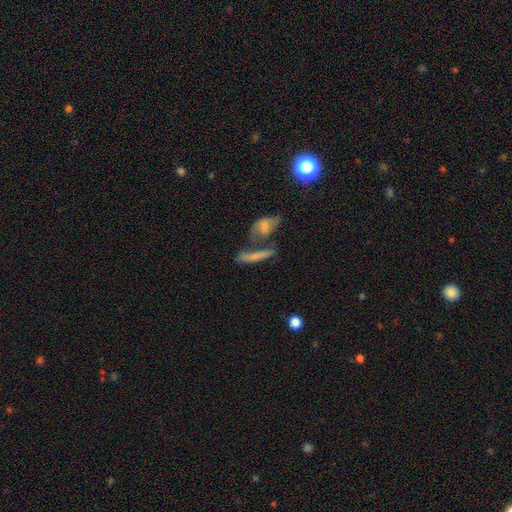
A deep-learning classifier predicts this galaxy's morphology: The model was most divided on "merging": merger: 41%, none: 37%, minor disturbance: 13%, major disturbance: 9%. More confident: how rounded — cigar-shaped (64%); smooth or featured — smooth (56%).